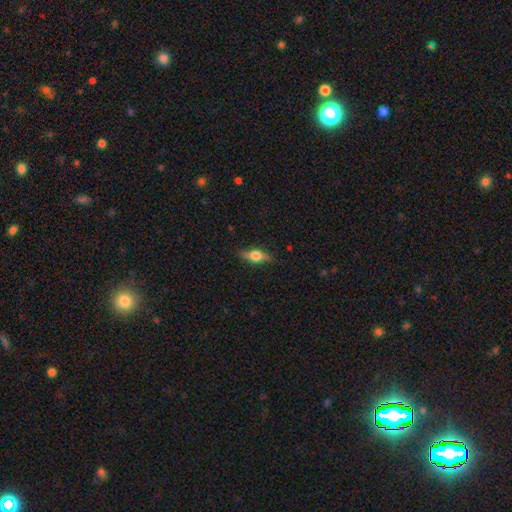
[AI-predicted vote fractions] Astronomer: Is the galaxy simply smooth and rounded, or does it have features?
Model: featured or disk — 47% (runner-up: smooth, 45%).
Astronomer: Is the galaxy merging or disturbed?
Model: none — 83%.